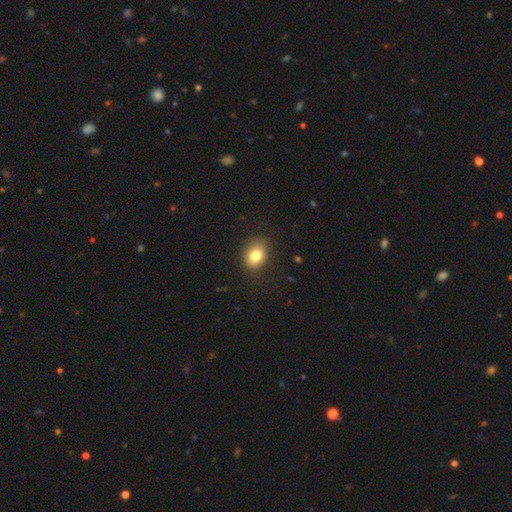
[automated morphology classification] This is clearly a smooth galaxy (81%). How rounded: likely in between (61%). Merging: clearly none (82%).